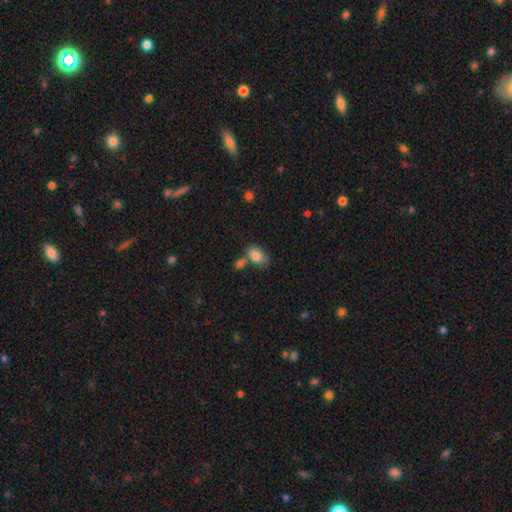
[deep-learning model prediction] A smooth galaxy with no disk features (84%) that is in between round and cigar-shaped (86%).

Vote fractions:
- Smooth or featured? smooth: 84% / featured or disk: 8% / star or artifact: 8%
- How rounded? in between: 86% / round: 13% / cigar-shaped: 1%
- Merging? none: 52% / merger: 26% / minor disturbance: 17% / major disturbance: 5%